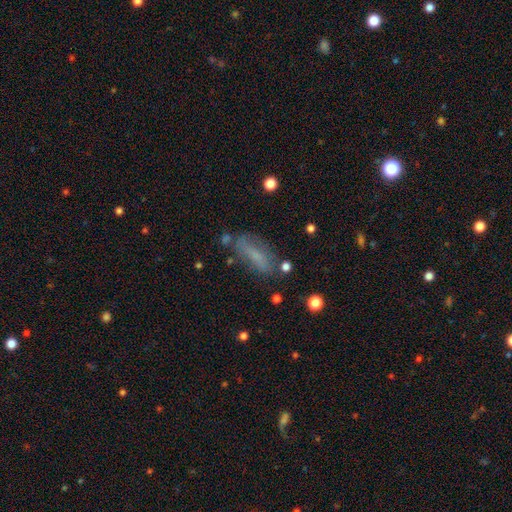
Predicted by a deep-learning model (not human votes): Smooth or featured? Predicted: smooth (p=0.60). How rounded? Predicted: in between (p=0.57). Merging? Predicted: none (p=0.60).